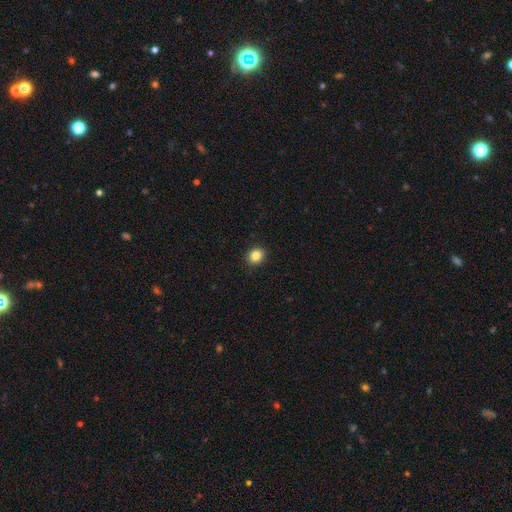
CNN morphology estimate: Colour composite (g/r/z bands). It shows a smooth galaxy with no disk features (85%) that is round (71%). Merging: none (91%).